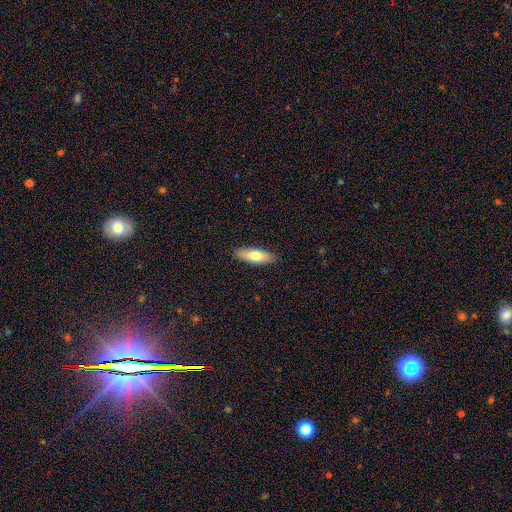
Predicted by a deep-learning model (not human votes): A smooth galaxy with no disk features (71%) that is in between round and cigar-shaped (59%). Merging: none (87%).